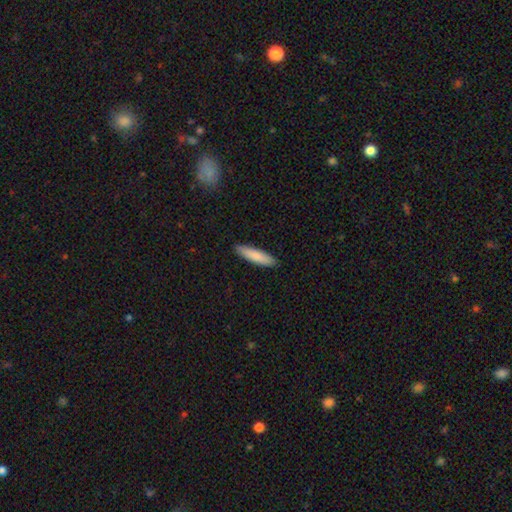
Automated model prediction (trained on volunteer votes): Overall: smooth (85%). How rounded: cigar-shaped (76%). Merging: none (90%).